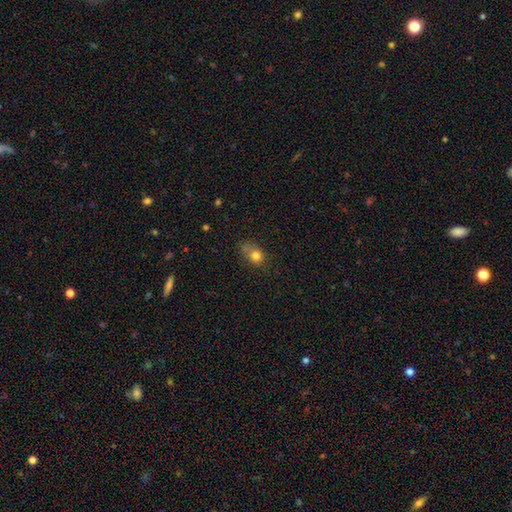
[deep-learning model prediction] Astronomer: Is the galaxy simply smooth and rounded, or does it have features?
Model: smooth — 78%.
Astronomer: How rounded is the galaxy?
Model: in between — 51% (runner-up: round, 47%).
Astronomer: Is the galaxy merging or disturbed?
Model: none — 47% (runner-up: minor disturbance, 30%).